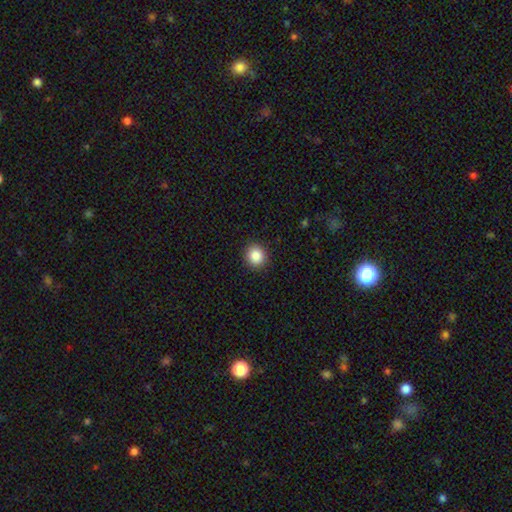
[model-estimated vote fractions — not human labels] smooth 87%, star or artifact 9%, featured or disk 4%. Down the decision tree: how rounded — round (86%); merging — none (91%).